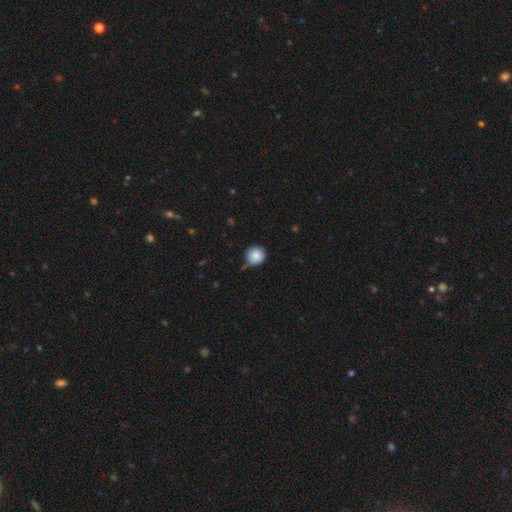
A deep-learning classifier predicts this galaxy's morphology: Overall: smooth (86%). How rounded: round (94%). Merging: none (76%).